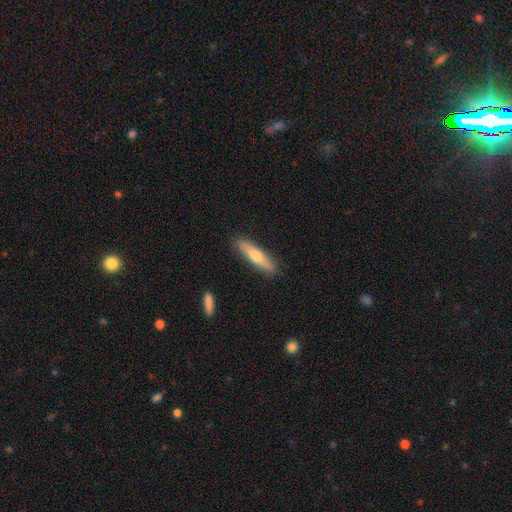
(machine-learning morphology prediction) smooth 58%, featured or disk 36%, star or artifact 6%. Down the decision tree: how rounded — cigar-shaped (83%); merging — none (89%).